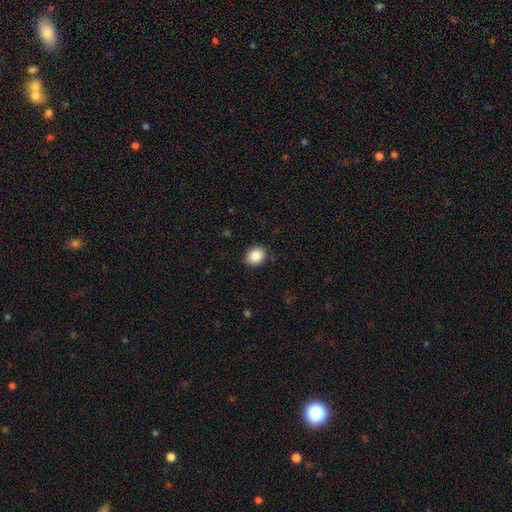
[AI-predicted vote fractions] This is clearly a smooth galaxy (87%). How rounded: likely round (64%). Merging: clearly none (88%).